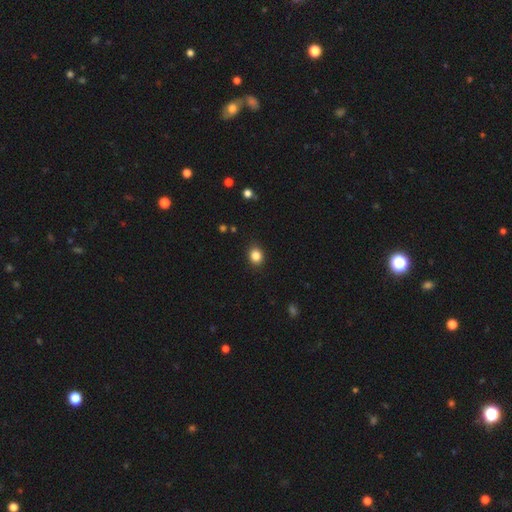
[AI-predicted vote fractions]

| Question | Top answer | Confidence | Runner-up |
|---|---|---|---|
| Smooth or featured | smooth | 85% | star or artifact (11%) |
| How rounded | round | 61% | in between (38%) |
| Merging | none | 89% | minor disturbance (8%) |